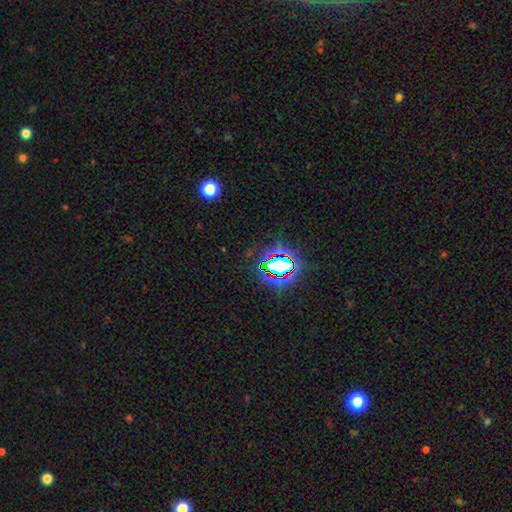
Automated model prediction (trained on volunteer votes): star or artifact 78%, smooth 14%, featured or disk 9%.